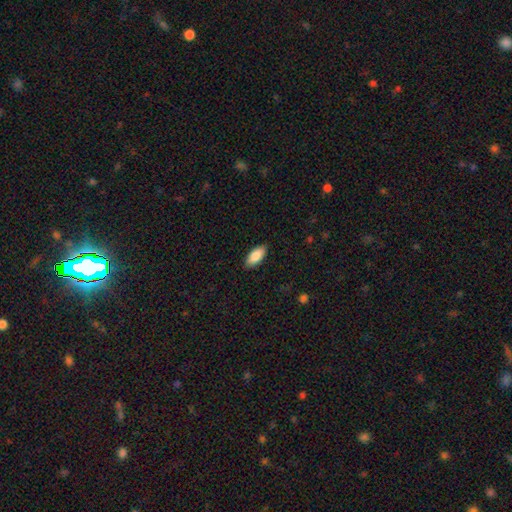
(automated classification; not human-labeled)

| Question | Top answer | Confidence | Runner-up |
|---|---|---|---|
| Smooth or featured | smooth | 87% | featured or disk (7%) |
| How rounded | in between | 87% | cigar-shaped (11%) |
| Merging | none | 88% | minor disturbance (9%) |